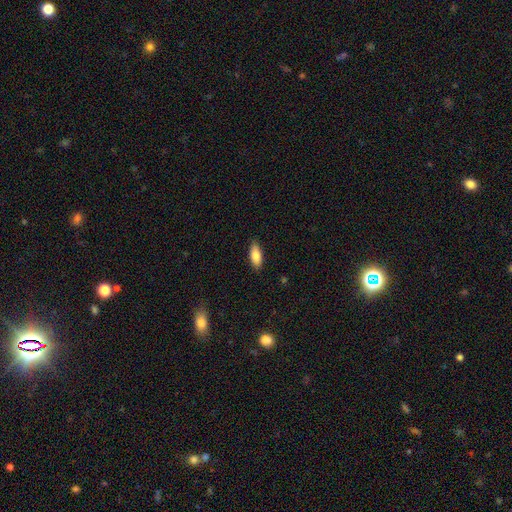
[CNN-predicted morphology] smooth 83%, featured or disk 10%, star or artifact 7%. Down the decision tree: how rounded — in between (80%); merging — none (87%).